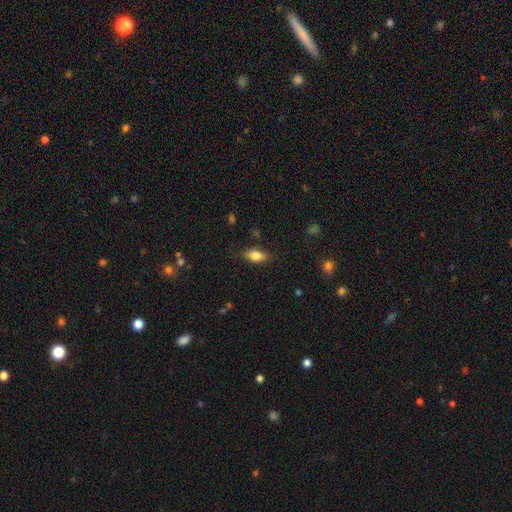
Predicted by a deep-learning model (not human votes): The model was most divided on "smooth or featured": smooth: 77%, featured or disk: 15%, star or artifact: 8%. More confident: how rounded — in between (84%); merging — none (82%).